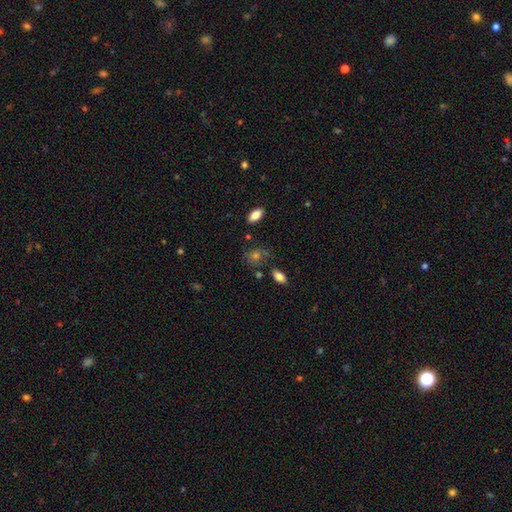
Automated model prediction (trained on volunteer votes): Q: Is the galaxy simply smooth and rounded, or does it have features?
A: smooth — 62%.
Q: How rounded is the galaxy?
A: in between — 52%.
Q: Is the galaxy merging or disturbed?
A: none — 70%.